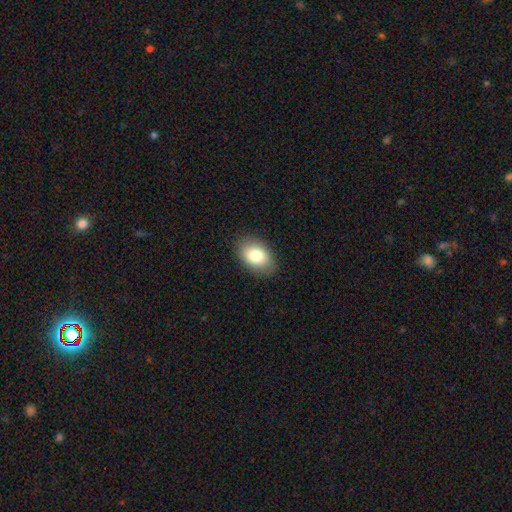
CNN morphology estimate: Smooth or featured?
  - smooth: 81% *
  - featured or disk: 11%
  - star or artifact: 8%
How rounded?
  - in between: 84% *
  - round: 15%
  - cigar-shaped: 1%
Merging?
  - none: 87% *
  - minor disturbance: 10%
  - major disturbance: 3%
  - merger: 1%